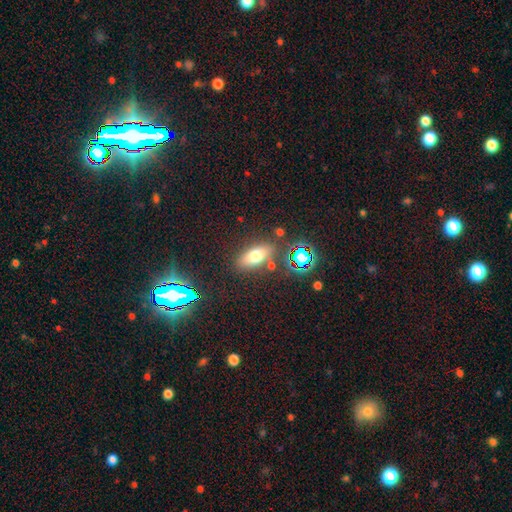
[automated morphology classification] smooth 64%, featured or disk 19%, star or artifact 17%. Down the decision tree: how rounded — in between (71%); merging — none (79%).